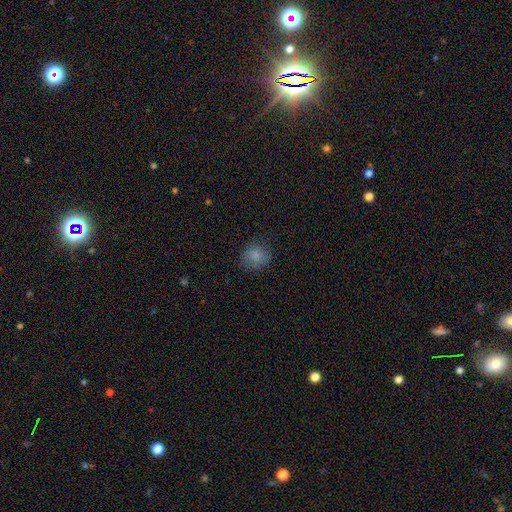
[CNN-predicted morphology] smooth 83%, star or artifact 11%, featured or disk 6%. Down the decision tree: how rounded — round (78%); merging — none (81%).